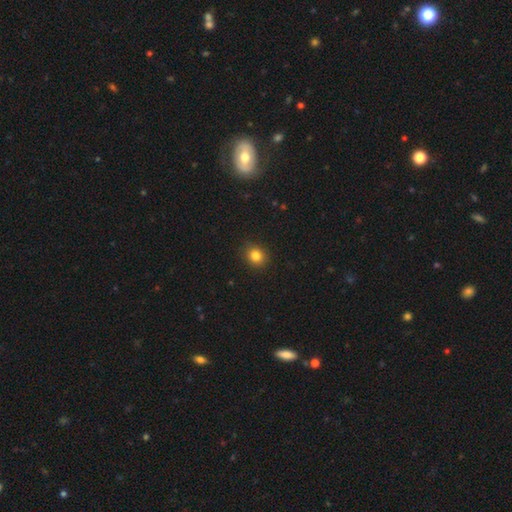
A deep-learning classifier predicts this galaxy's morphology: smooth 83%, star or artifact 12%, featured or disk 6%. Down the decision tree: how rounded — round (77%); merging — none (89%).